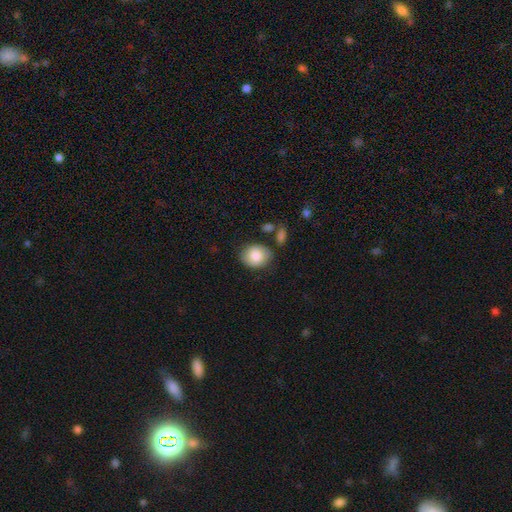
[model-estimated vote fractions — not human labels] The model was most divided on "how rounded": round: 56%, in between: 43%, cigar-shaped: 1%. More confident: smooth or featured — smooth (83%); merging — none (75%).